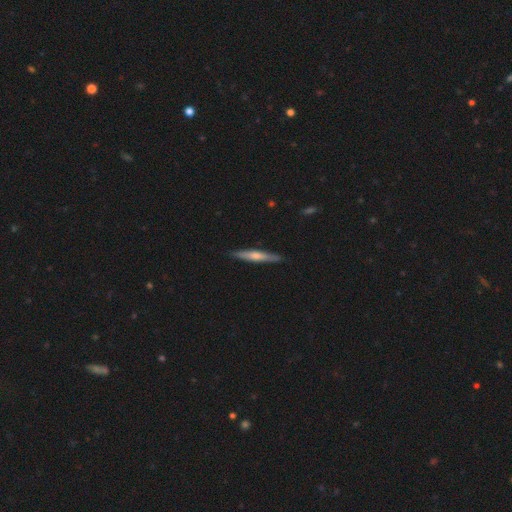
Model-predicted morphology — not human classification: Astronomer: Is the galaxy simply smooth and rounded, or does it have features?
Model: featured or disk — 49% (runner-up: smooth, 46%).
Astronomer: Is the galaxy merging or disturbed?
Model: none — 89%.